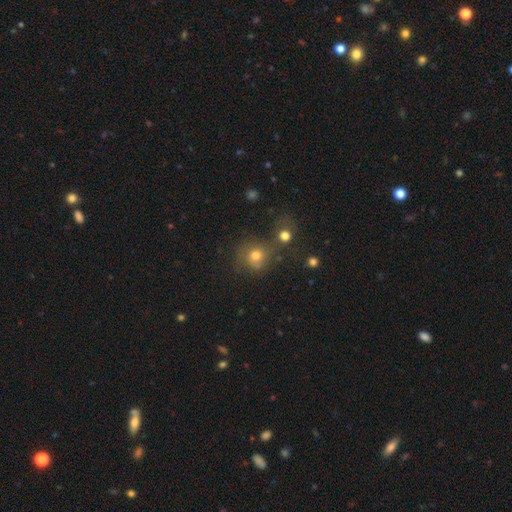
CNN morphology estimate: A smooth galaxy with no disk features (73%) that is round (84%). Merging: none (52%).